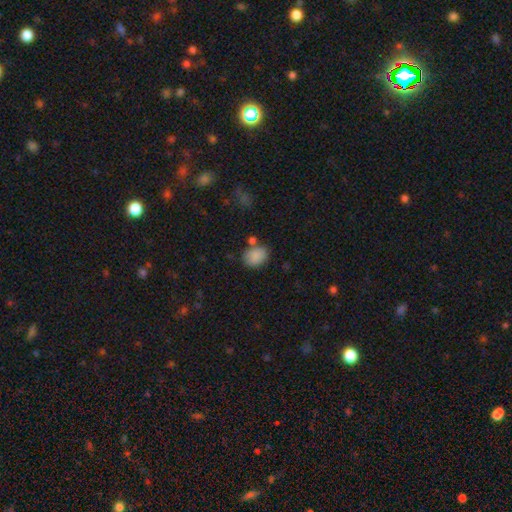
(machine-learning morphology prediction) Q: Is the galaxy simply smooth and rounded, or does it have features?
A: smooth — 87%.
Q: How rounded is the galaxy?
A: in between — 62%.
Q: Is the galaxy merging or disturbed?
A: none — 68%.